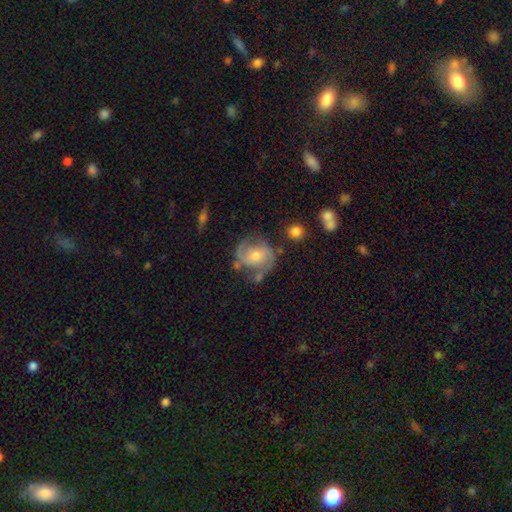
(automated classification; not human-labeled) Overall: featured or disk (77%). Edge-on disk: no (97%). Bar: no (59%; weak 33%). Spiral arms: yes (91%). Spiral arm count: 2 (76%). Spiral winding: medium (47%; tight 36%). Bulge size: moderate (56%; small 37%). Merging: none (63%).